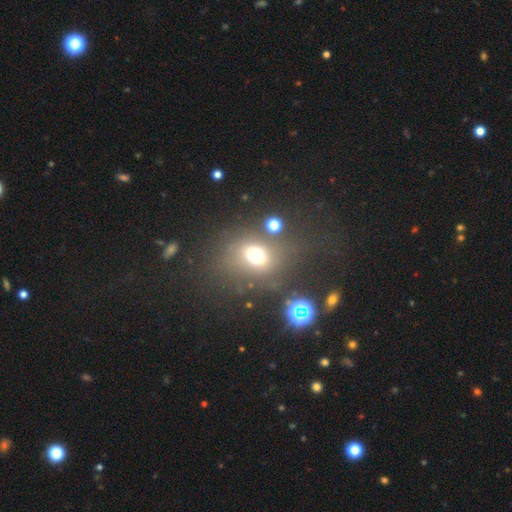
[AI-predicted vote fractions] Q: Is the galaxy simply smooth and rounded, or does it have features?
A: smooth — 63%.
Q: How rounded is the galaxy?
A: round — 55%.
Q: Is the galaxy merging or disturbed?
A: none — 62%.